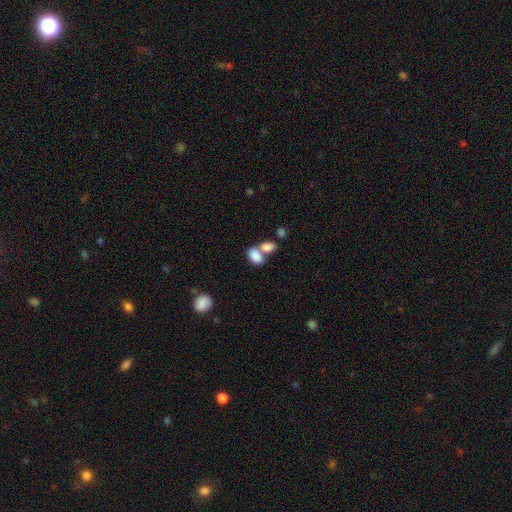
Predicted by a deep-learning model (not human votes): Smooth or featured? Predicted: smooth (p=0.84). How rounded? Predicted: in between (p=0.88). Merging? Predicted: merger (p=0.58).